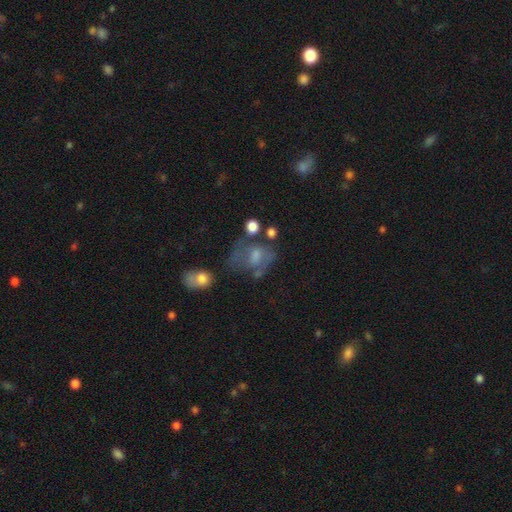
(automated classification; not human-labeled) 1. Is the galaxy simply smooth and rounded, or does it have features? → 47% featured or disk, 36% smooth, 17% star or artifact.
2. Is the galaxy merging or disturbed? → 42% none, 24% major disturbance, 22% minor disturbance, 13% merger.